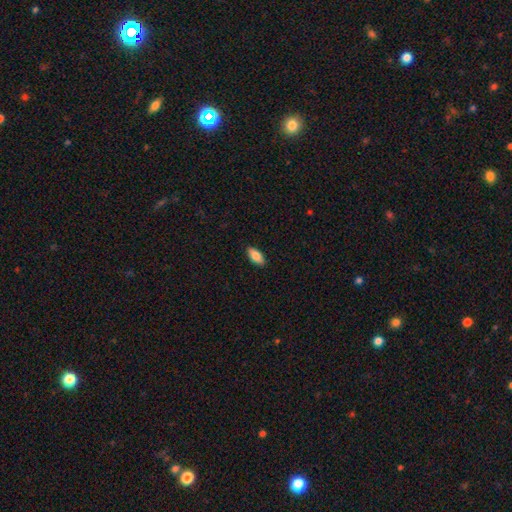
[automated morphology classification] Overall: smooth (84%). How rounded: in between (89%). Merging: none (89%).